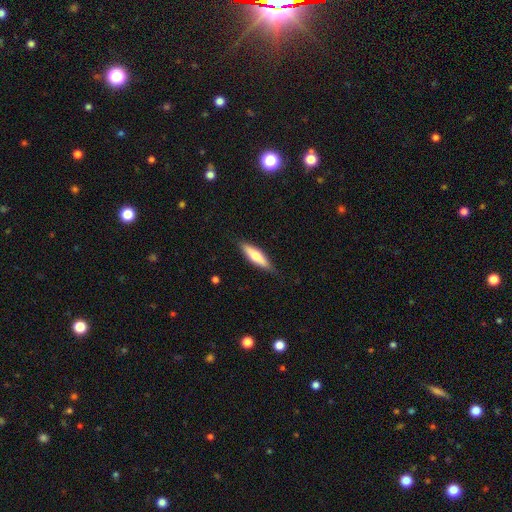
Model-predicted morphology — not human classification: Overall: smooth (57%; featured or disk 38%). How rounded: cigar-shaped (67%; in between 31%). Merging: none (84%).